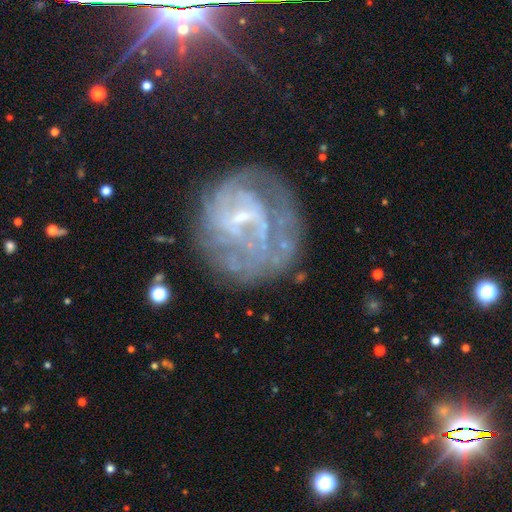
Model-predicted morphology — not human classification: smooth_or_featured: featured or disk (p=0.71) [alt: star or artifact p=0.15]
disk_edge_on: no (p=0.97) [alt: yes p=0.03]
bar: weak (p=0.47) [alt: no p=0.34]
has_spiral_arms: yes (p=0.72) [alt: no p=0.28]
spiral_winding: tight (p=0.54) [alt: medium p=0.30]
spiral_arm_count: can't tell (p=0.50) [alt: 2 p=0.23]
bulge_size: small (p=0.73) [alt: none p=0.13]
merging: none (p=0.57) [alt: major disturbance p=0.20]